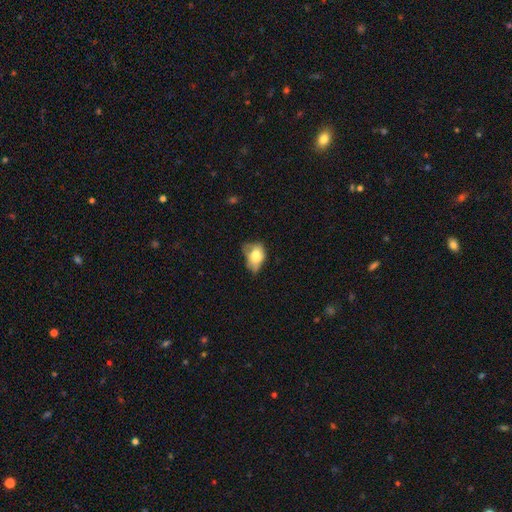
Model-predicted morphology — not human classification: A smooth galaxy with no disk features (67%) that is in between round and cigar-shaped (78%).

Vote fractions:
- Smooth or featured? smooth: 67% / featured or disk: 23% / star or artifact: 9%
- How rounded? in between: 78% / round: 21% / cigar-shaped: 2%
- Merging? minor disturbance: 39% / major disturbance: 31% / none: 26% / merger: 5%